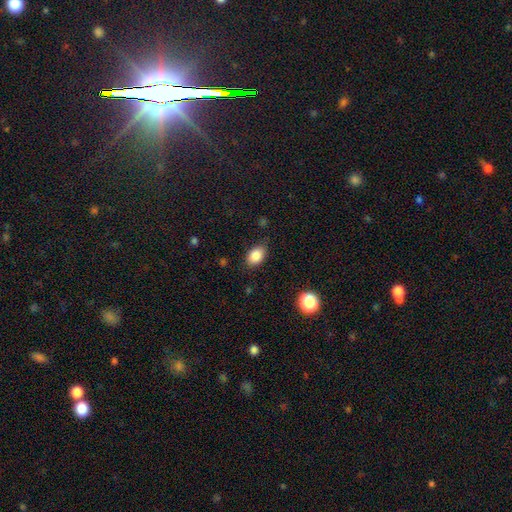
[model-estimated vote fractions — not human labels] A smooth galaxy with no disk features (85%) that is in between round and cigar-shaped (82%). Merging: none (79%).